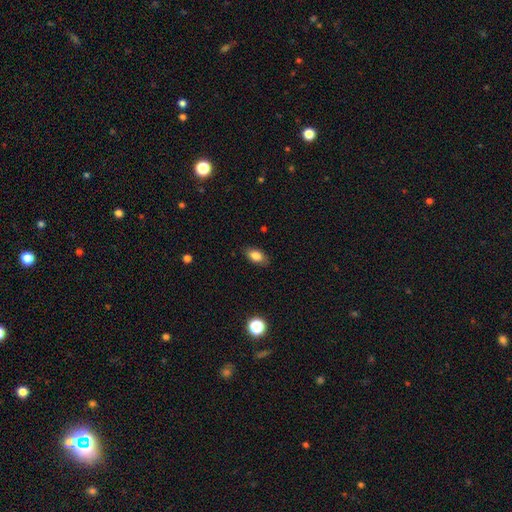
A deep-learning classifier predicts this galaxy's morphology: Smooth or featured: smooth — 83% (star or artifact — 9%)
How rounded: in between — 88% (round — 9%)
Merging: none — 85% (minor disturbance — 11%)